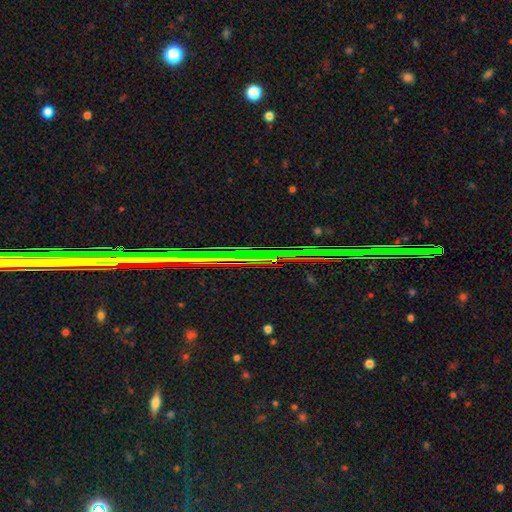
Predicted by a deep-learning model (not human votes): This appears to be a star or artifact, not a galaxy (79%).